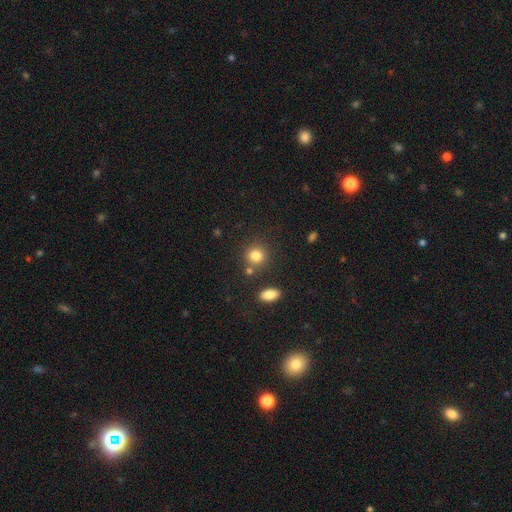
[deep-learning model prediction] Overall: smooth (82%). How rounded: round (84%). Merging: none (75%).